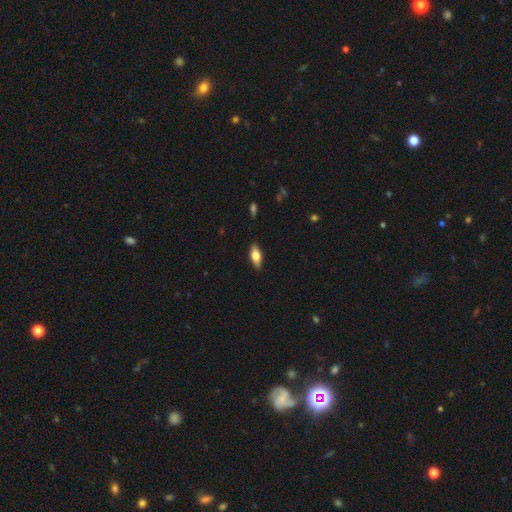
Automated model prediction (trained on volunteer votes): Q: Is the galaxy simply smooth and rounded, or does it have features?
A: smooth — 67%.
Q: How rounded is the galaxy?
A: in between — 77%.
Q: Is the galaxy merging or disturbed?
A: none — 88%.